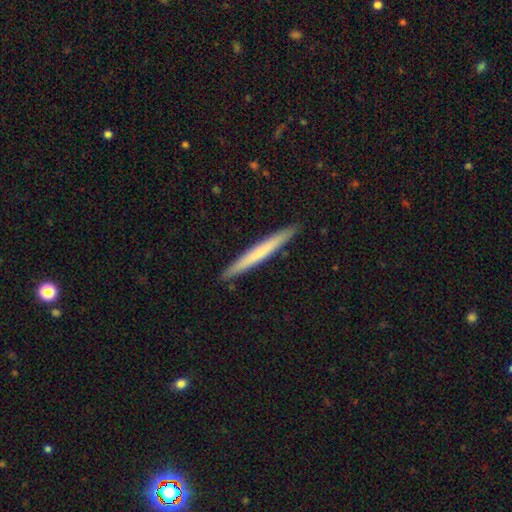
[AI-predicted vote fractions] smooth 59%, featured or disk 36%, star or artifact 5%. Down the decision tree: how rounded — cigar-shaped (97%); merging — none (92%).